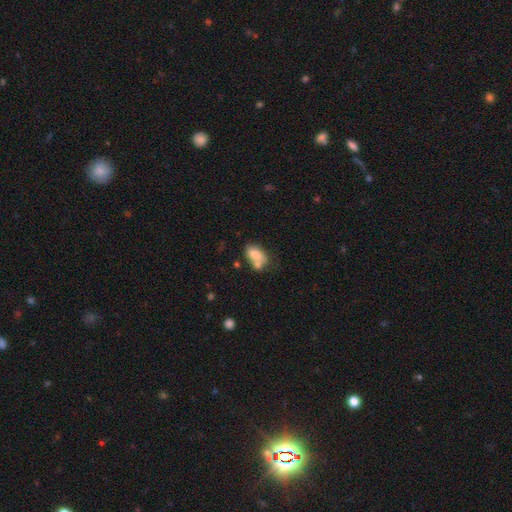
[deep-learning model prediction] This is likely a smooth galaxy (75%). How rounded: clearly in between (87%). Merging: marginally merger (39%).